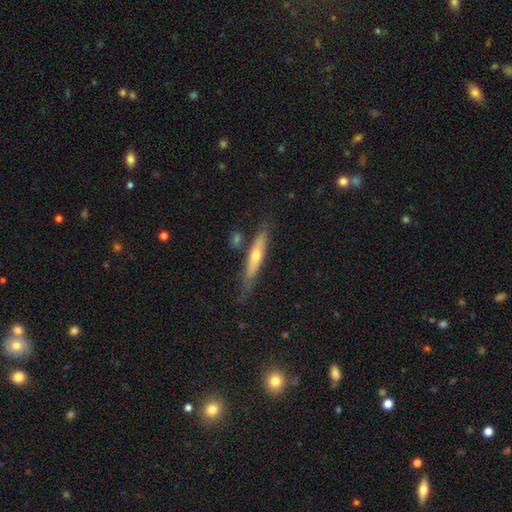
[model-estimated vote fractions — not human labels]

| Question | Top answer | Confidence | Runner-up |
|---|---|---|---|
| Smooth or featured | featured or disk | 55% | smooth (39%) |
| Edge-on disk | yes | 83% | no (17%) |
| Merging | none | 72% | minor disturbance (18%) |